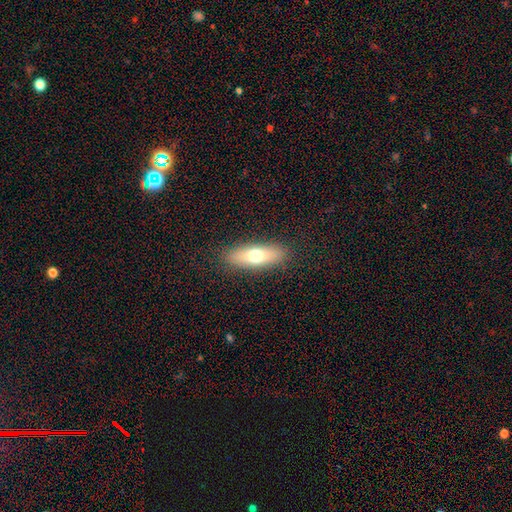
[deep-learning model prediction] Morphology: type=smooth (66%); roundness=in between (53%); merging=none (88%).